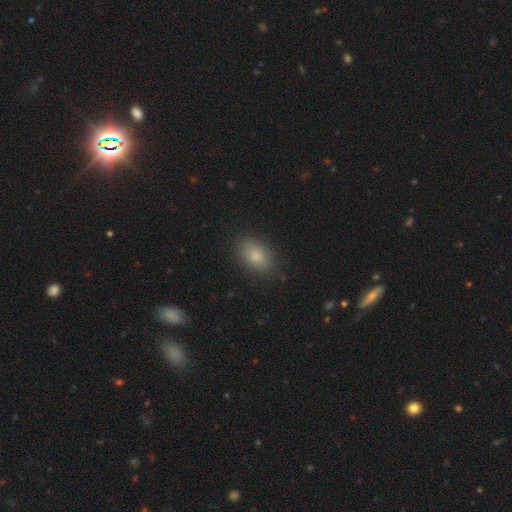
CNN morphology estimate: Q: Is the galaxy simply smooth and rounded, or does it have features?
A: smooth — 82%.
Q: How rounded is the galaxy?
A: in between — 85%.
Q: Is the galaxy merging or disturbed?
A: none — 86%.